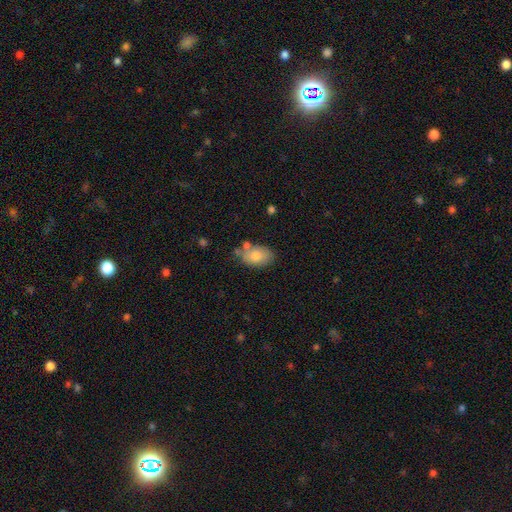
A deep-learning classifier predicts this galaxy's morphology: Overall: smooth (78%). How rounded: in between (89%). Merging: none (65%).